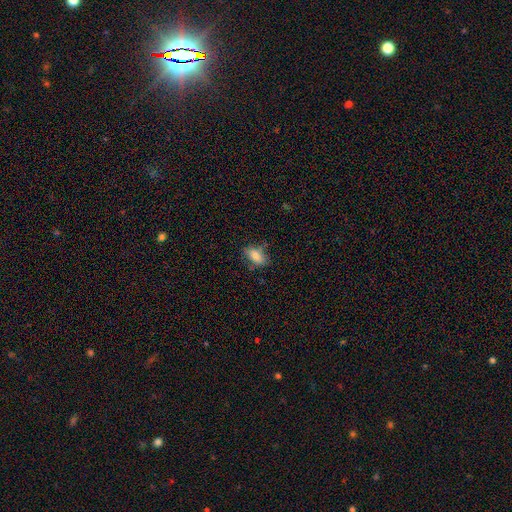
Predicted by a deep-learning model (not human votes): Q: Smooth or featured?
A: smooth (77%); runner-up: featured or disk (14%)
Q: How rounded?
A: in between (88%); runner-up: round (6%)
Q: Merging?
A: none (71%); runner-up: minor disturbance (20%)